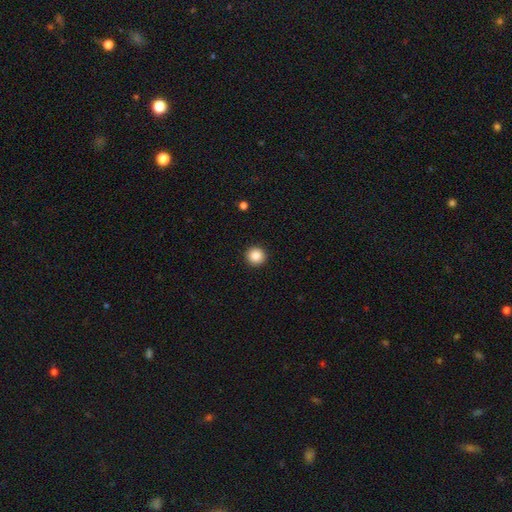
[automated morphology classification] Smooth or featured?
  - smooth: 87% *
  - star or artifact: 9%
  - featured or disk: 3%
How rounded?
  - round: 95% *
  - in between: 4%
  - cigar-shaped: 1%
Merging?
  - none: 93% *
  - minor disturbance: 4%
  - major disturbance: 2%
  - merger: 1%